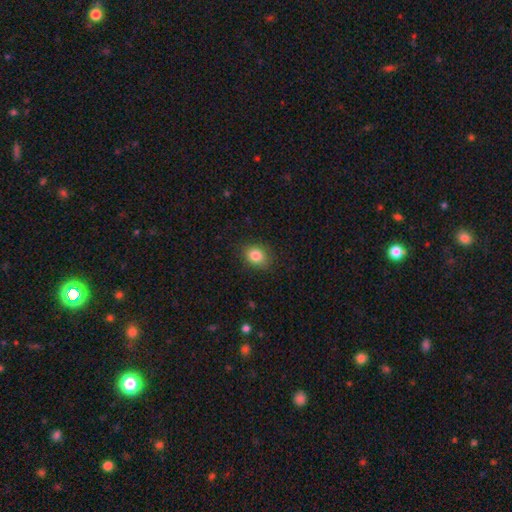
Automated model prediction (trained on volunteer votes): Smooth or featured? Predicted: smooth (p=0.84). How rounded? Predicted: in between (p=0.51). Merging? Predicted: none (p=0.84).